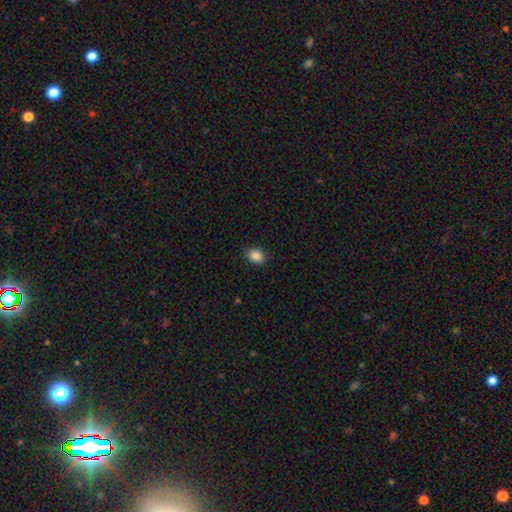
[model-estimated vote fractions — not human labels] Q: Smooth or featured?
A: smooth (87%); runner-up: star or artifact (9%)
Q: How rounded?
A: in between (64%); runner-up: round (35%)
Q: Merging?
A: none (89%); runner-up: minor disturbance (8%)